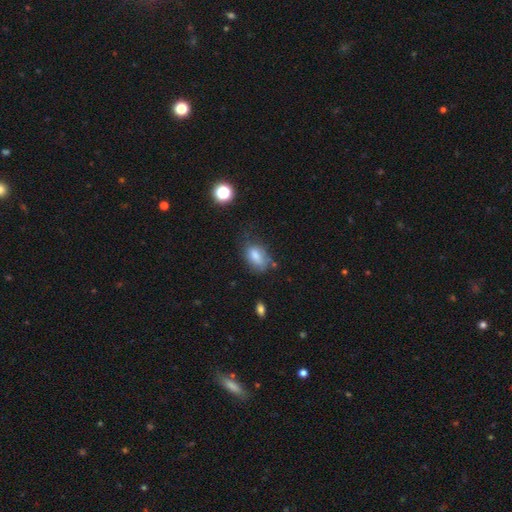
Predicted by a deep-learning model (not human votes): Smooth or featured? Predicted: smooth (p=0.77). How rounded? Predicted: in between (p=0.88). Merging? Predicted: none (p=0.55).